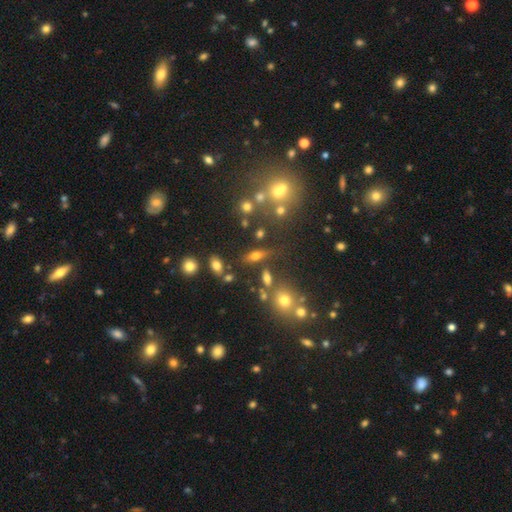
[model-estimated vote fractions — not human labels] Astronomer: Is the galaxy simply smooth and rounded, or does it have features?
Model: smooth — 58%.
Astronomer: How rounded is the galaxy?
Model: in between — 71%.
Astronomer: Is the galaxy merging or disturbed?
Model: none — 66%.